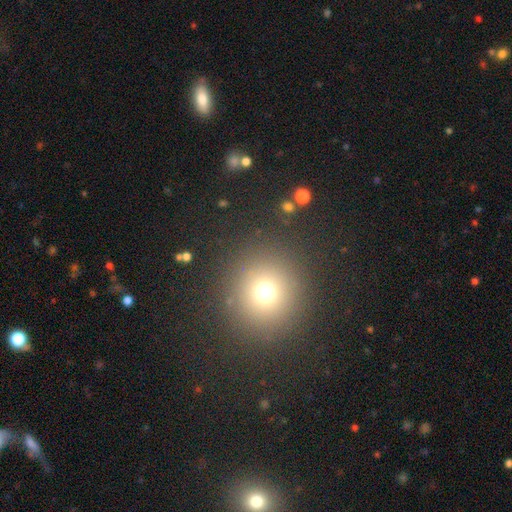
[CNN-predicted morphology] A smooth galaxy with no disk features (64%) that is round (94%).

Vote fractions:
- Smooth or featured? smooth: 64% / star or artifact: 28% / featured or disk: 8%
- How rounded? round: 94% / in between: 5% / cigar-shaped: 1%
- Merging? none: 90% / minor disturbance: 5% / major disturbance: 3% / merger: 2%